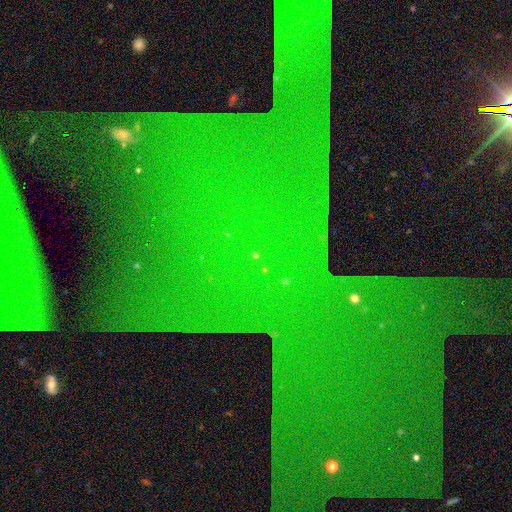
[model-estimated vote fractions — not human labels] Smooth or featured: star or artifact — 84% (smooth — 8%)